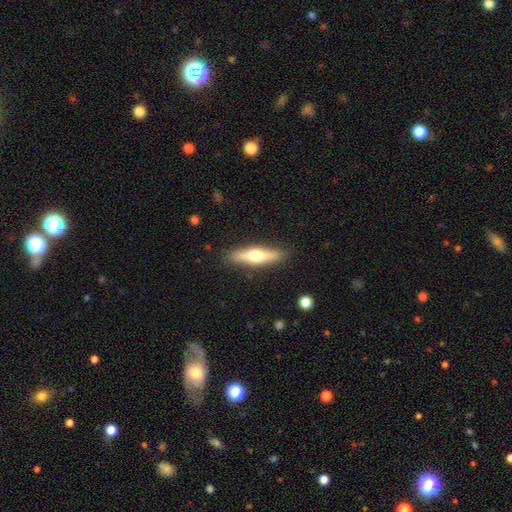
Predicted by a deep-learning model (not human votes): A smooth galaxy with no disk features (48%). Merging: none (88%).